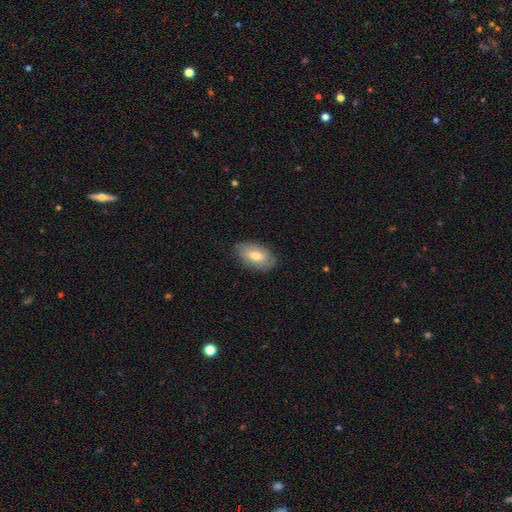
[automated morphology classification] smooth_or_featured: smooth (p=0.67) [alt: featured or disk p=0.26]
how_rounded: in between (p=0.92) [alt: round p=0.05]
merging: none (p=0.81) [alt: minor disturbance p=0.15]